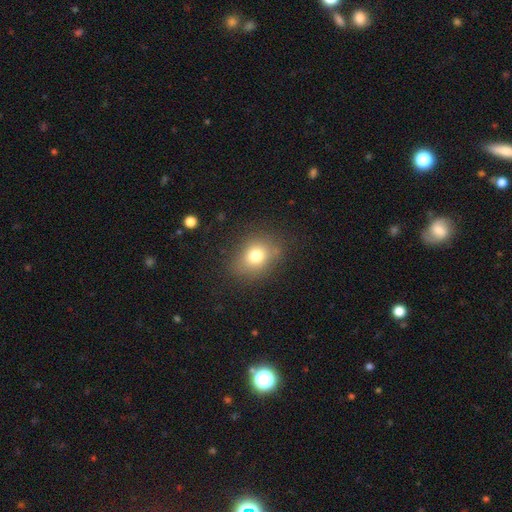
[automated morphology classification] smooth-or-featured: smooth: 75% | star or artifact: 13% | featured or disk: 12%
  how-rounded: in between: 52% | round: 47% | cigar-shaped: 1%
  merging: none: 79% | minor disturbance: 14% | major disturbance: 5% | merger: 2%